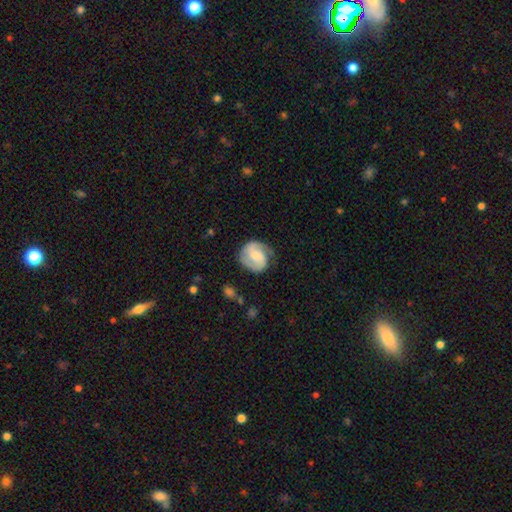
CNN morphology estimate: featured or disk 74%, smooth 21%, star or artifact 6%. Down the decision tree: edge-on disk — no (98%); bar — weak (45%); spiral arms — yes (95%); spiral arm count — 2 (81%); spiral winding — medium (47%); bulge size — moderate (32%); merging — none (72%).